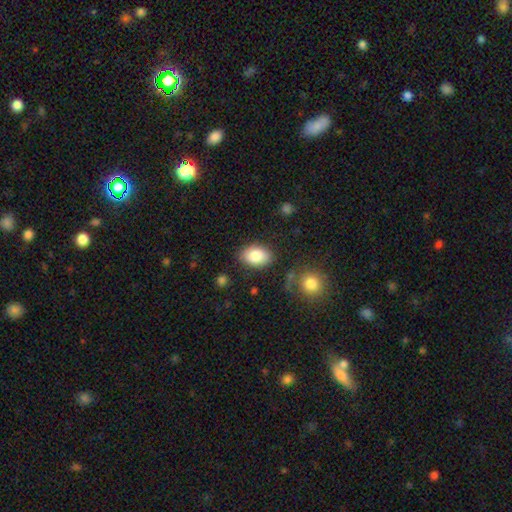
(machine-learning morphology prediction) Q: Smooth or featured?
A: smooth (84%); runner-up: featured or disk (9%)
Q: How rounded?
A: in between (86%); runner-up: round (12%)
Q: Merging?
A: none (81%); runner-up: minor disturbance (13%)